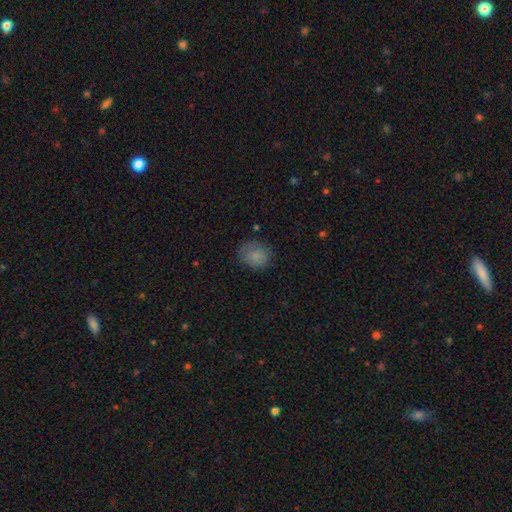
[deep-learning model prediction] Q: Smooth or featured?
A: smooth (81%); runner-up: star or artifact (10%)
Q: How rounded?
A: round (64%); runner-up: in between (35%)
Q: Merging?
A: none (73%); runner-up: minor disturbance (20%)